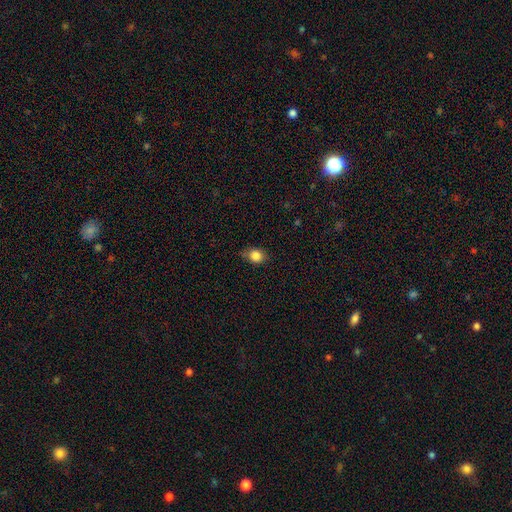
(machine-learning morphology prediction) smooth_or_featured: smooth (p=0.83) [alt: star or artifact p=0.10]
how_rounded: round (p=0.56) [alt: in between p=0.43]
merging: none (p=0.72) [alt: minor disturbance p=0.22]